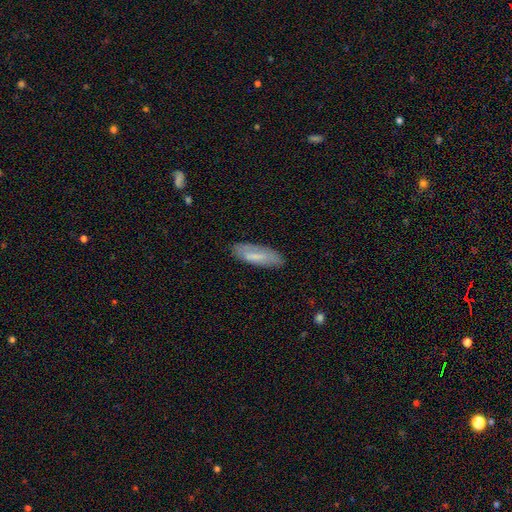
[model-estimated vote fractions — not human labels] Smooth or featured?
  - smooth: 67% *
  - featured or disk: 26%
  - star or artifact: 7%
How rounded?
  - in between: 56% *
  - cigar-shaped: 43%
  - round: 2%
Merging?
  - none: 80% *
  - minor disturbance: 15%
  - major disturbance: 3%
  - merger: 1%